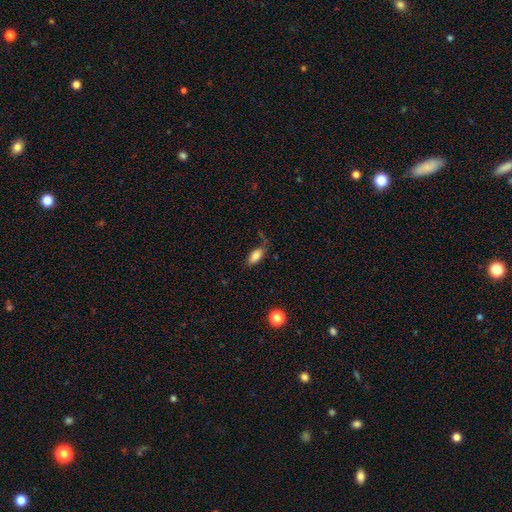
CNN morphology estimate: The model was most divided on "merging": none: 68%, minor disturbance: 21%, major disturbance: 7%, merger: 4%. More confident: how rounded — in between (87%); smooth or featured — smooth (82%).